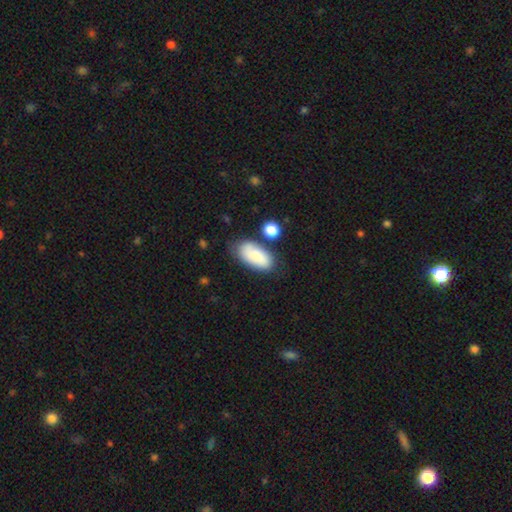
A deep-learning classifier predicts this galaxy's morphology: A smooth galaxy with no disk features (80%) that is in between round and cigar-shaped (92%). Merging: none (64%).